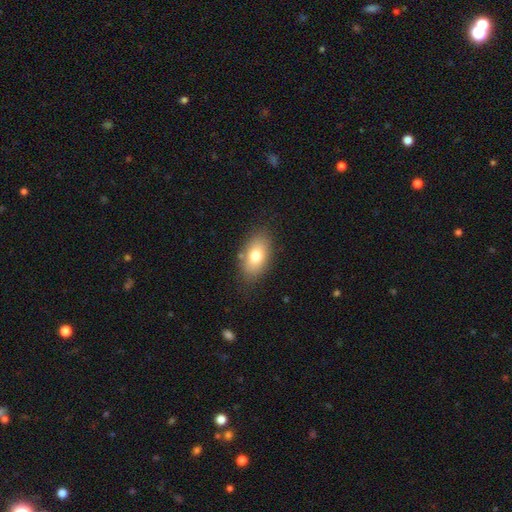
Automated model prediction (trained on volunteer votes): Overall: smooth (75%). How rounded: in between (90%). Merging: none (81%).